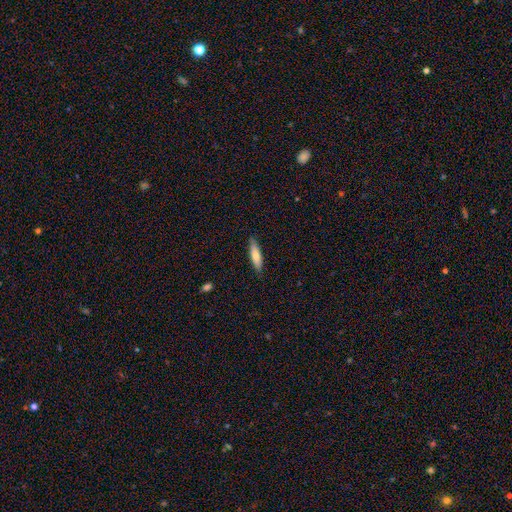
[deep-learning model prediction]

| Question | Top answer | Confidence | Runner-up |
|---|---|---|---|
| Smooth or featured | smooth | 73% | featured or disk (21%) |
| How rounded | cigar-shaped | 73% | in between (26%) |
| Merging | none | 87% | minor disturbance (10%) |